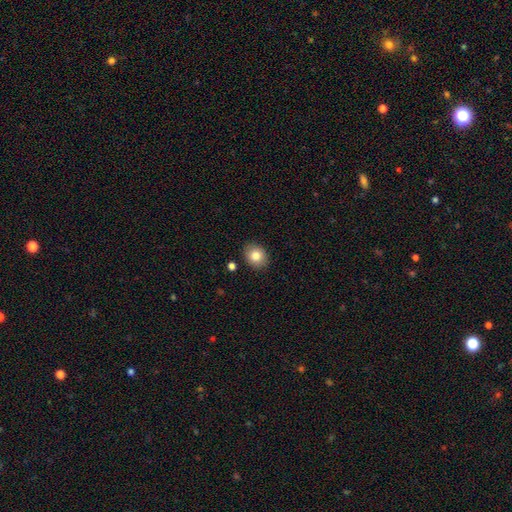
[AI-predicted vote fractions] This is clearly a smooth galaxy (84%). How rounded: possibly round (56%). Merging: clearly none (88%).